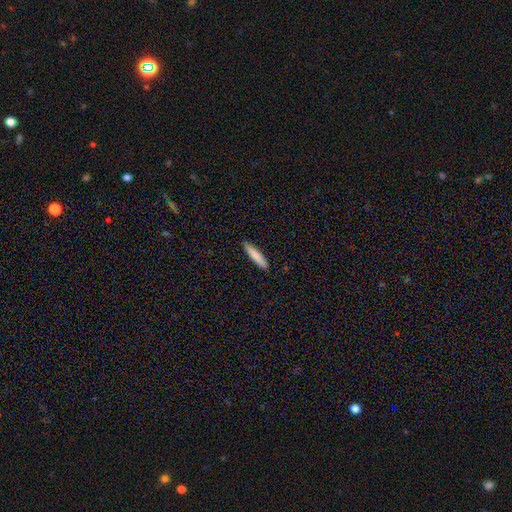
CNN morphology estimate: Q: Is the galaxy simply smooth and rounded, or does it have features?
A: smooth — 84%.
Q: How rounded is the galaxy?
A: cigar-shaped — 87%.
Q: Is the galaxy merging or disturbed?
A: none — 90%.